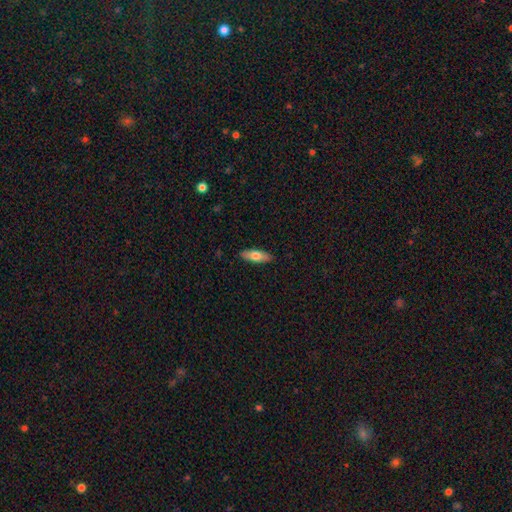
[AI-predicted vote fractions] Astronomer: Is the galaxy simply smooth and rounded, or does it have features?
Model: smooth — 69%.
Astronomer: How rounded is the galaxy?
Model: in between — 65%.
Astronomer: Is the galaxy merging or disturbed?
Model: none — 89%.